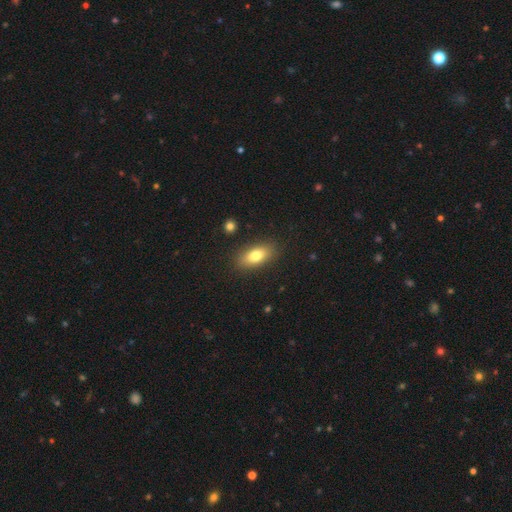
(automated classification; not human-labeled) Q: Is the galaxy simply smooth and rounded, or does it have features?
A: smooth — 78%.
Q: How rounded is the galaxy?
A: in between — 84%.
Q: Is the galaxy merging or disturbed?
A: none — 86%.